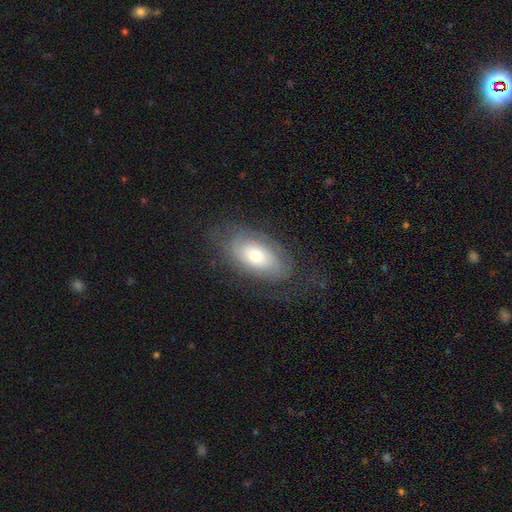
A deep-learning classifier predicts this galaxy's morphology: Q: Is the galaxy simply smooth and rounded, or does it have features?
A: featured or disk — 61%.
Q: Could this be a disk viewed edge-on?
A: no — 92%.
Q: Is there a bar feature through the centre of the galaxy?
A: no — 82%.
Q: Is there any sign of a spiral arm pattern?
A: yes — 73%.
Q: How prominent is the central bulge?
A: moderate — 63%.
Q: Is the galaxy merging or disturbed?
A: none — 68%.